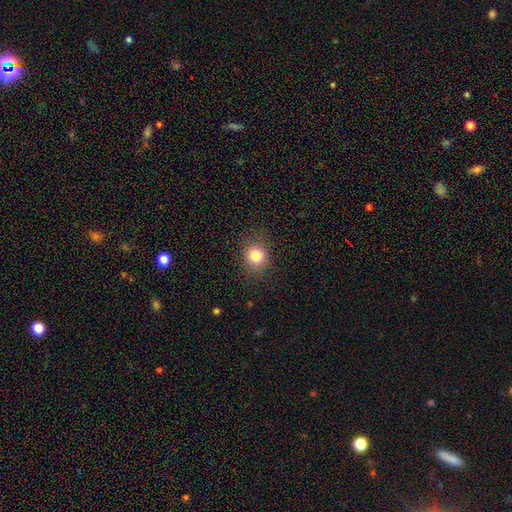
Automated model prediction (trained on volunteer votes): This is clearly a smooth galaxy (81%). How rounded: clearly round (83%). Merging: clearly none (86%).